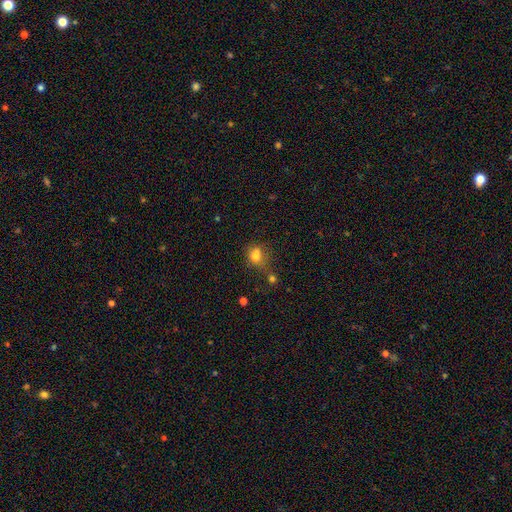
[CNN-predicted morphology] Q: Smooth or featured?
A: smooth (72%); runner-up: star or artifact (16%)
Q: How rounded?
A: round (58%); runner-up: in between (40%)
Q: Merging?
A: none (40%); runner-up: merger (31%)